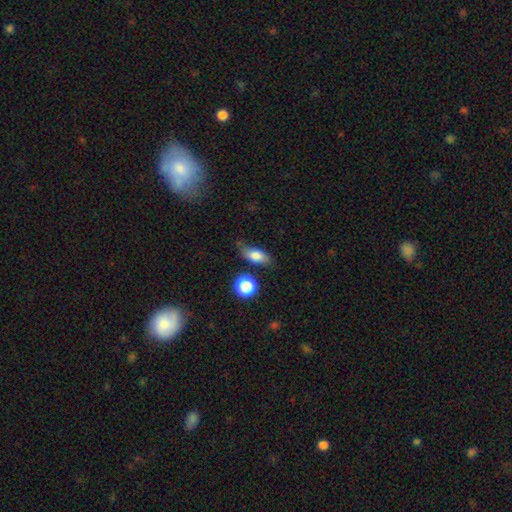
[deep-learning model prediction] The model was most divided on "merging": none: 65%, minor disturbance: 23%, major disturbance: 6%, merger: 6%. More confident: smooth or featured — smooth (77%); how rounded — in between (76%).